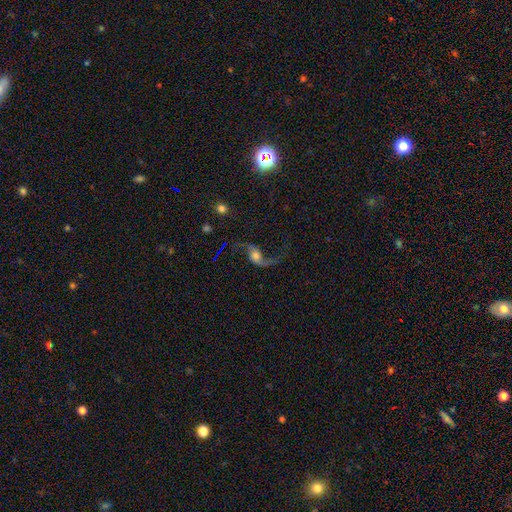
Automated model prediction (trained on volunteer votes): Morphology: type=featured or disk (85%); edge-on=no (95%); bar=no (62%); spiral arms=yes (96%); winding=loose (92%); arm count=2 (92%); bulge=moderate (52%); merging=none (66%).